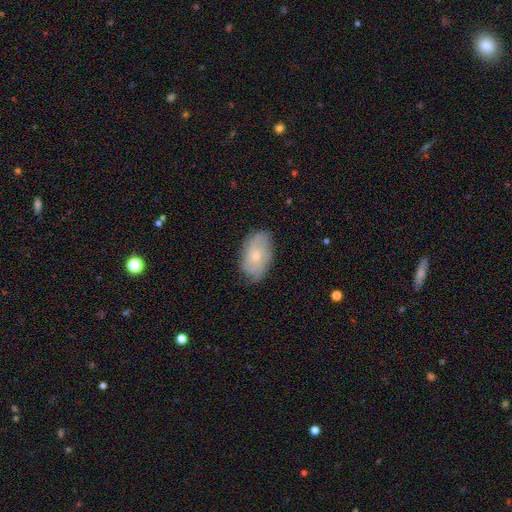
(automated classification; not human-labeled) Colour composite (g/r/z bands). It shows a featured or disk galaxy (58%) with no bar (81%), spiral arms (83%) and a small central bulge (70%). Merging: none (76%).